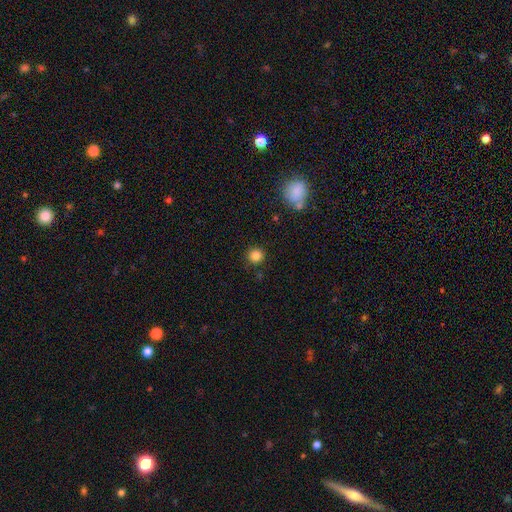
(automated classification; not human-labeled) smooth_or_featured: smooth (p=0.84) [alt: star or artifact p=0.12]
how_rounded: round (p=0.94) [alt: in between p=0.05]
merging: none (p=0.89) [alt: minor disturbance p=0.07]